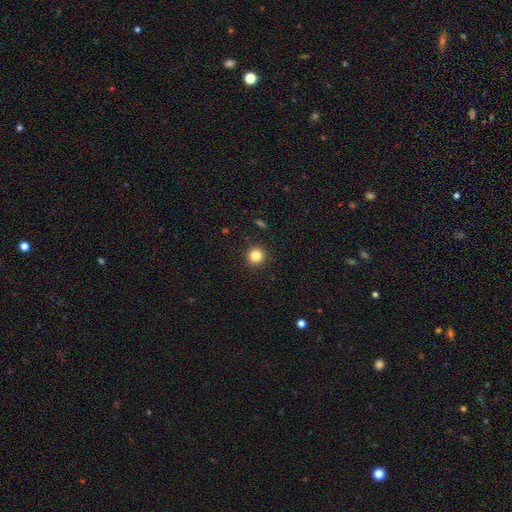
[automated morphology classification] Smooth or featured? Predicted: smooth (p=0.83). How rounded? Predicted: round (p=0.95). Merging? Predicted: none (p=0.92).